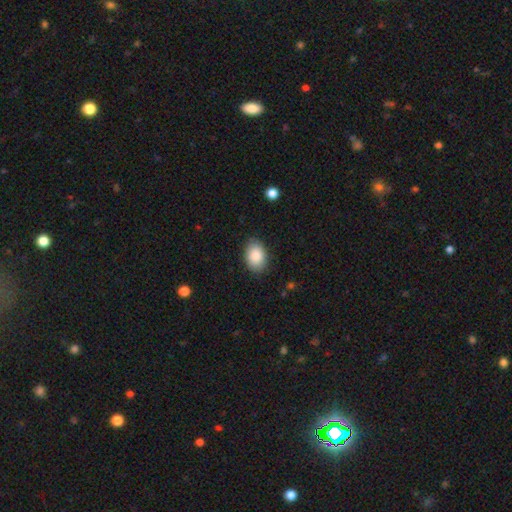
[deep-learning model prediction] A smooth galaxy with no disk features (89%) that is in between round and cigar-shaped (86%).

Vote fractions:
- Smooth or featured? smooth: 89% / star or artifact: 7% / featured or disk: 5%
- How rounded? in between: 86% / round: 13% / cigar-shaped: 1%
- Merging? none: 85% / minor disturbance: 11% / major disturbance: 3% / merger: 1%